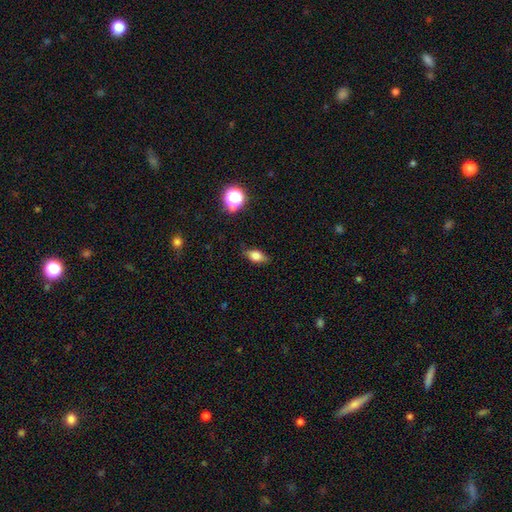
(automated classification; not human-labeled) Q: Smooth or featured?
A: smooth (72%); runner-up: featured or disk (17%)
Q: How rounded?
A: in between (80%); runner-up: round (11%)
Q: Merging?
A: none (80%); runner-up: minor disturbance (15%)